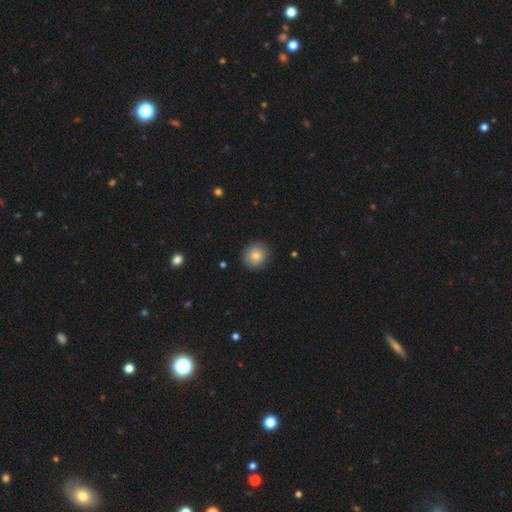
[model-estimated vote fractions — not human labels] A smooth galaxy with no disk features (80%) that is round (90%). Merging: none (89%).